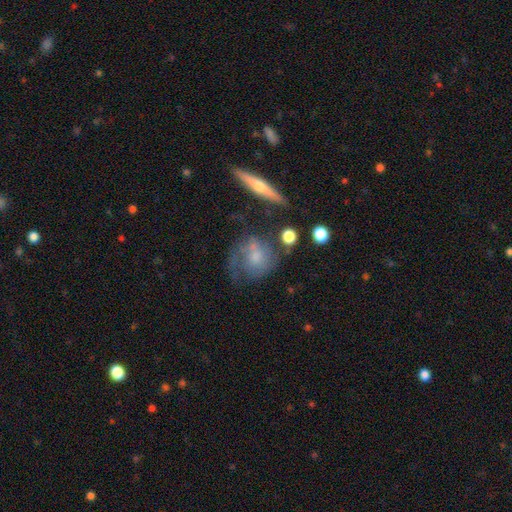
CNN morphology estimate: smooth-or-featured: featured or disk: 47% | smooth: 43% | star or artifact: 10%
  merging: none: 45% | minor disturbance: 24% | major disturbance: 23% | merger: 9%